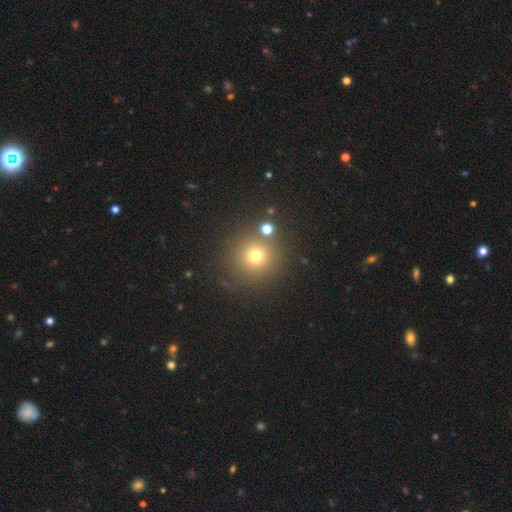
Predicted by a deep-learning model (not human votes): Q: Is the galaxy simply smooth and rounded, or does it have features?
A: smooth — 71%.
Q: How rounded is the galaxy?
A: round — 94%.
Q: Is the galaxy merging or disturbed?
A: none — 82%.